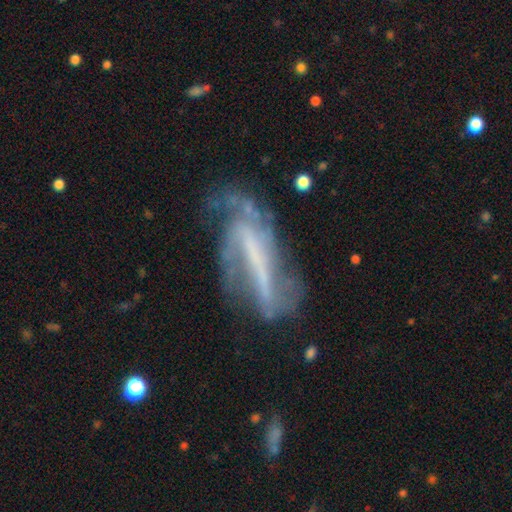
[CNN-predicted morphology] smooth_or_featured: featured or disk (p=0.76) [alt: smooth p=0.15]
disk_edge_on: no (p=0.81) [alt: yes p=0.19]
bar: strong (p=0.59) [alt: weak p=0.21]
has_spiral_arms: yes (p=0.77) [alt: no p=0.23]
bulge_size: none (p=0.55) [alt: small p=0.25]
merging: none (p=0.46) [alt: major disturbance p=0.26]